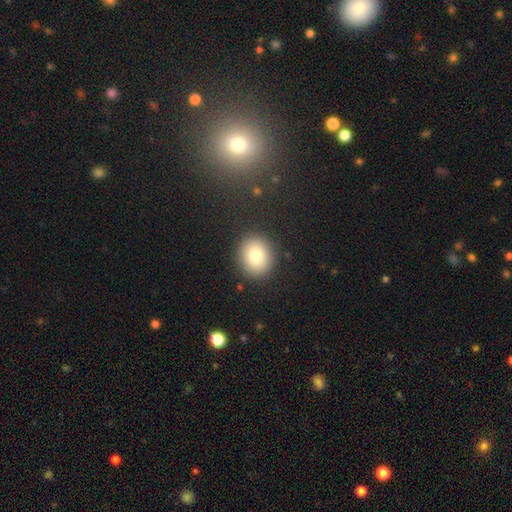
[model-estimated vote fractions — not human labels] Morphology: type=smooth (81%); roundness=round (71%); merging=none (89%).